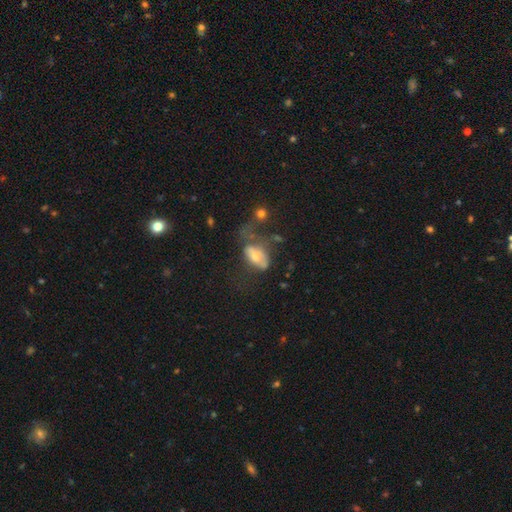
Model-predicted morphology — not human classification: smooth 58%, featured or disk 33%, star or artifact 9%. Down the decision tree: how rounded — in between (88%); merging — major disturbance (39%).